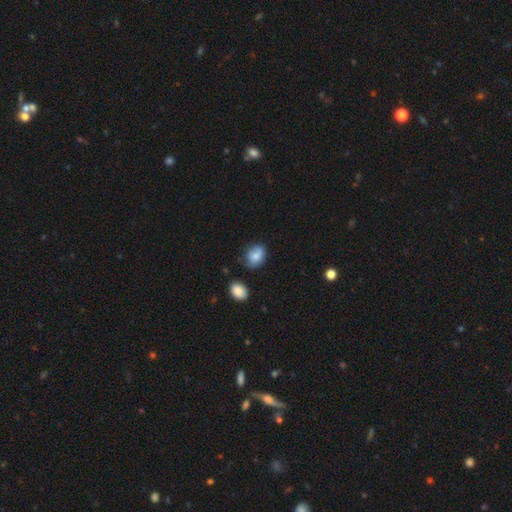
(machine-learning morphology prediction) A smooth galaxy with no disk features (78%) that is in between round and cigar-shaped (60%).

Vote fractions:
- Smooth or featured? smooth: 78% / featured or disk: 13% / star or artifact: 9%
- How rounded? in between: 60% / round: 39% / cigar-shaped: 1%
- Merging? none: 55% / minor disturbance: 32% / major disturbance: 8% / merger: 6%